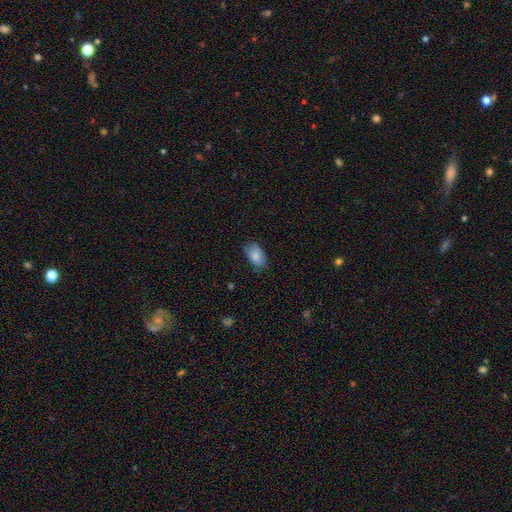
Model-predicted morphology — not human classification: This appears to be a smooth galaxy with no disk features (82%) that is in between round and cigar-shaped (92%). Merging: none (71%).